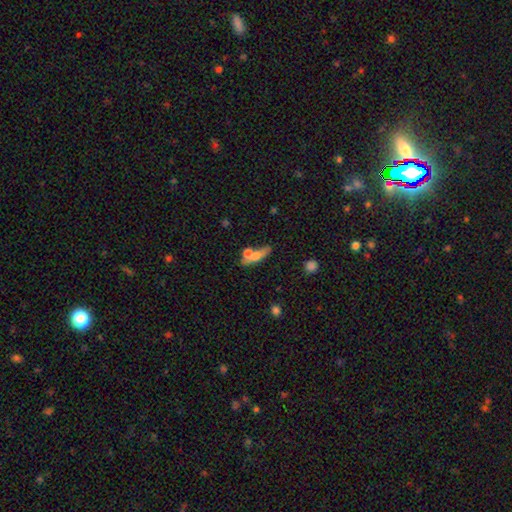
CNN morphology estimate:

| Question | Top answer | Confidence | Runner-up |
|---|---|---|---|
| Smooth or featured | smooth | 59% | featured or disk (33%) |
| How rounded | cigar-shaped | 57% | in between (37%) |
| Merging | none | 46% | merger (34%) |